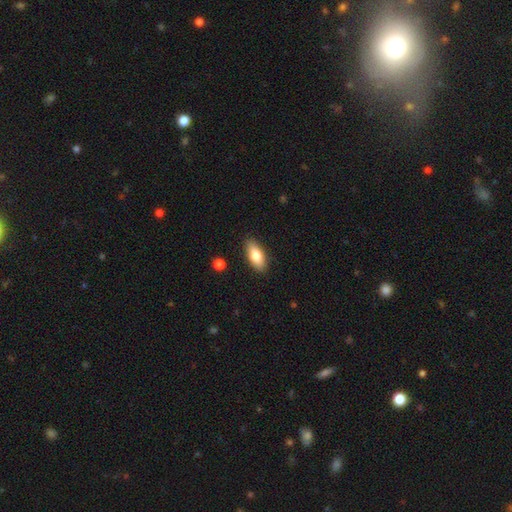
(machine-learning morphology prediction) A smooth galaxy with no disk features (79%) that is in between round and cigar-shaped (81%).

Vote fractions:
- Smooth or featured? smooth: 79% / featured or disk: 15% / star or artifact: 6%
- How rounded? in between: 81% / cigar-shaped: 16% / round: 3%
- Merging? none: 88% / minor disturbance: 9% / major disturbance: 2% / merger: 1%